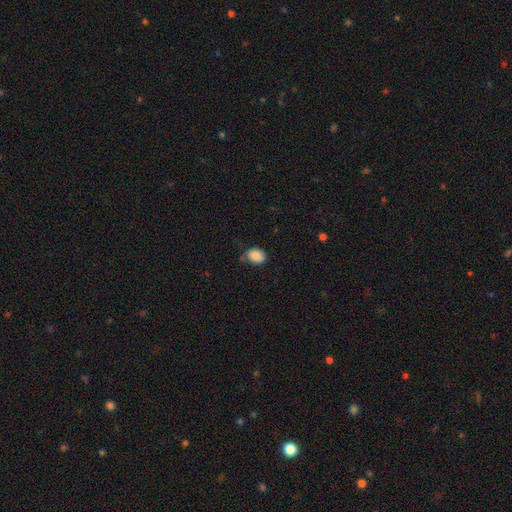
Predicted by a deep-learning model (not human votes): A smooth galaxy with no disk features (87%) that is in between round and cigar-shaped (63%).

Vote fractions:
- Smooth or featured? smooth: 87% / star or artifact: 8% / featured or disk: 5%
- How rounded? in between: 63% / round: 36% / cigar-shaped: 1%
- Merging? none: 64% / minor disturbance: 26% / major disturbance: 5% / merger: 5%